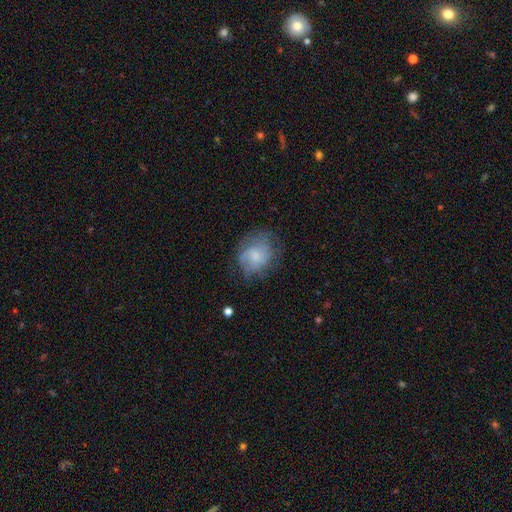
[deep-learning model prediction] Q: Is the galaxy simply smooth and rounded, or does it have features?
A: smooth — 50%.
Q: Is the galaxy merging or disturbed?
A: none — 61%.